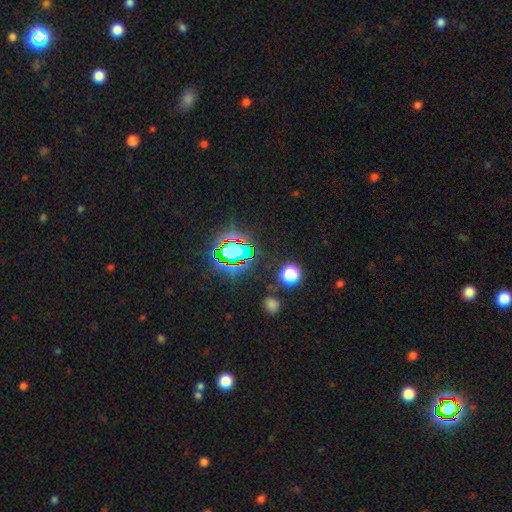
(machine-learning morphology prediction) Smooth or featured: star or artifact — 76% (smooth — 16%)